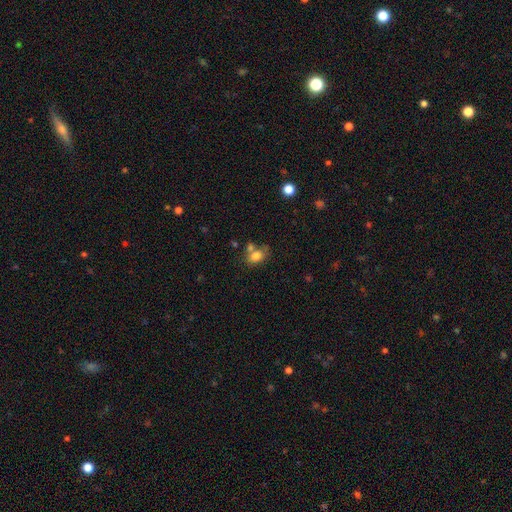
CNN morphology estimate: A smooth galaxy with no disk features (78%) that is in between round and cigar-shaped (77%).

Vote fractions:
- Smooth or featured? smooth: 78% / featured or disk: 11% / star or artifact: 10%
- How rounded? in between: 77% / round: 21% / cigar-shaped: 2%
- Merging? none: 48% / merger: 29% / minor disturbance: 16% / major disturbance: 7%